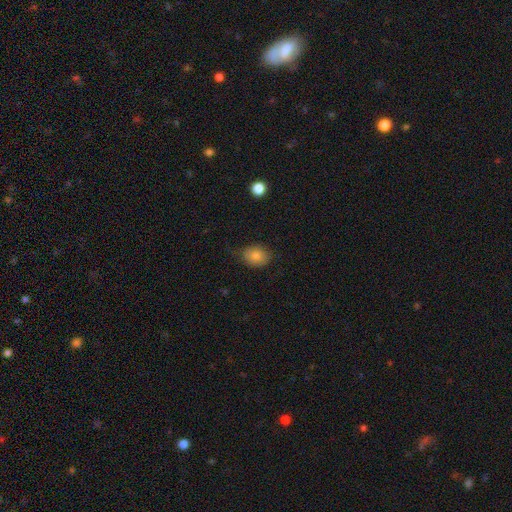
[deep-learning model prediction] Smooth or featured? Predicted: smooth (p=0.79). How rounded? Predicted: in between (p=0.55). Merging? Predicted: none (p=0.66).